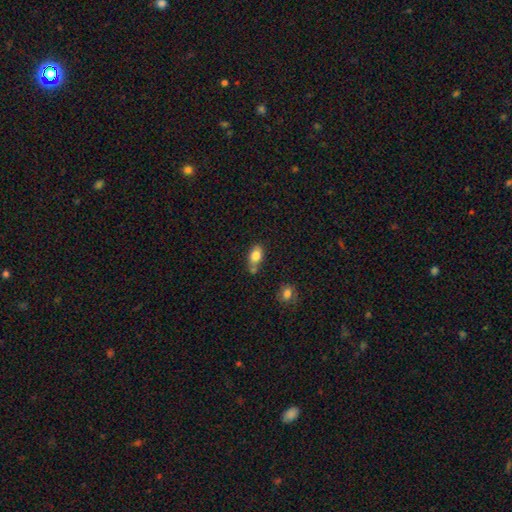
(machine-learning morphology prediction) smooth_or_featured: smooth (p=0.82) [alt: featured or disk p=0.10]
how_rounded: in between (p=0.84) [alt: round p=0.12]
merging: none (p=0.54) [alt: merger p=0.21]